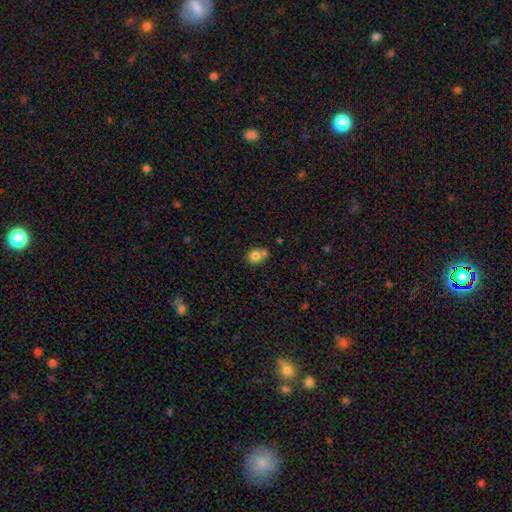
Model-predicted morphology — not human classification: smooth_or_featured: smooth (p=0.79) [alt: featured or disk p=0.11]
how_rounded: round (p=0.71) [alt: in between p=0.28]
merging: none (p=0.48) [alt: merger p=0.36]